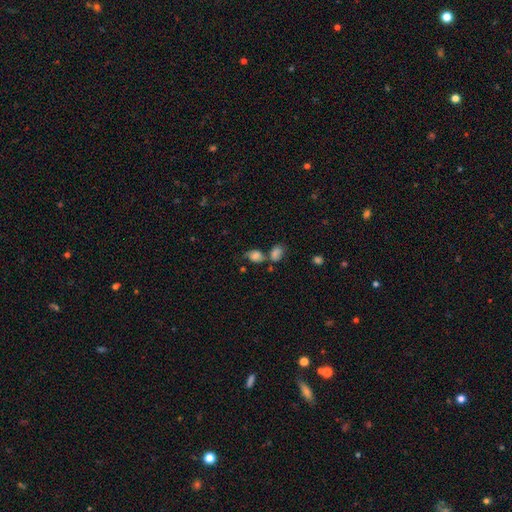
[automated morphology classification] This appears to be a smooth galaxy with no disk features (76%) that is in between round and cigar-shaped (70%). Merging: merger (40%).